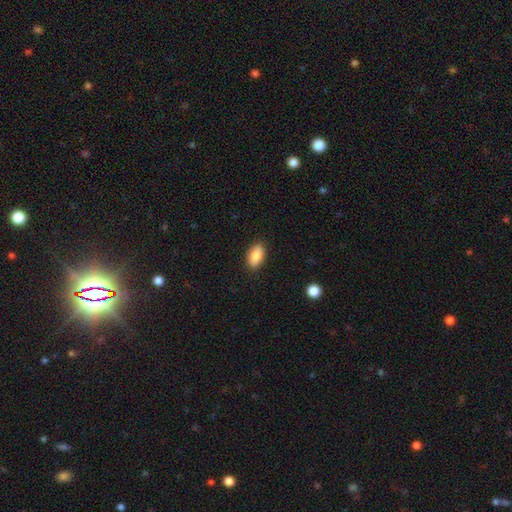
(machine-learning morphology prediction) Smooth or featured?
  - smooth: 86% *
  - star or artifact: 7%
  - featured or disk: 7%
How rounded?
  - in between: 91% *
  - round: 5%
  - cigar-shaped: 4%
Merging?
  - none: 88% *
  - minor disturbance: 9%
  - major disturbance: 2%
  - merger: 1%